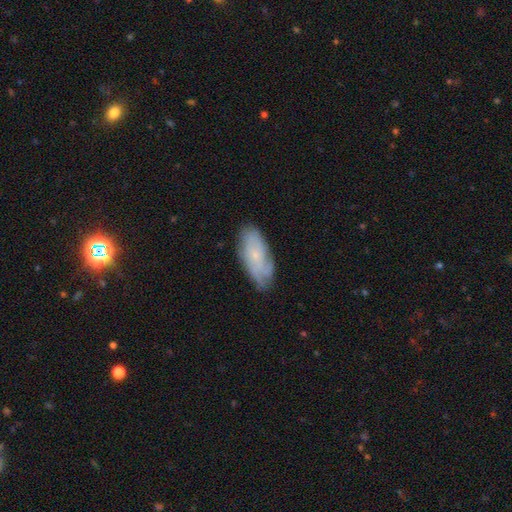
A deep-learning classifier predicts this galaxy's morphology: This is possibly a featured or disk galaxy (48%). Merging: likely none (71%).